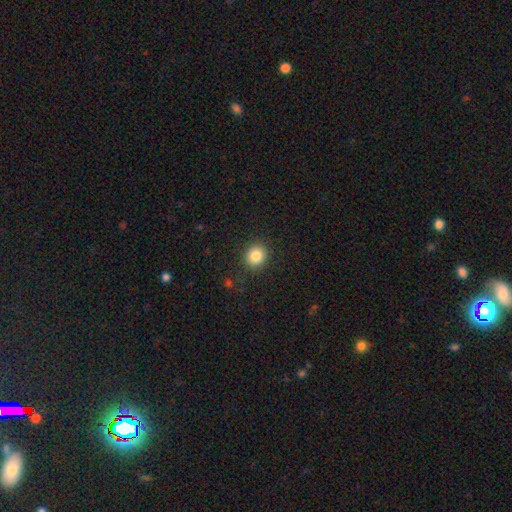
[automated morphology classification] Smooth or featured? Predicted: smooth (p=0.84). How rounded? Predicted: round (p=0.84). Merging? Predicted: none (p=0.89).